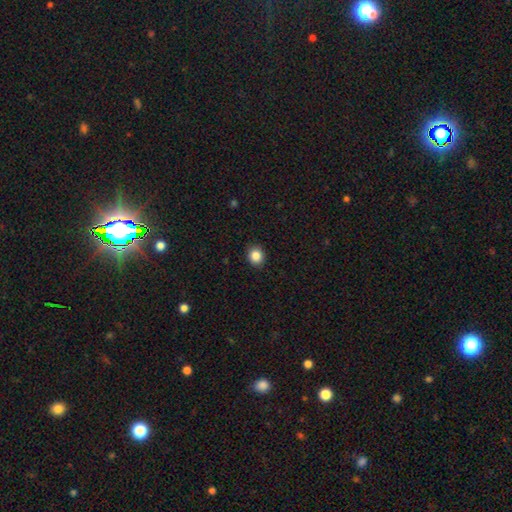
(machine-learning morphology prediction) Smooth or featured? smooth (86%)
How rounded? round (76%)
Merging? none (91%)